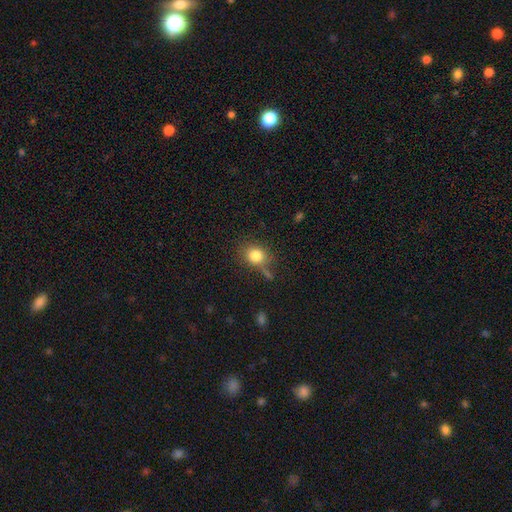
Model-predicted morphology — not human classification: Overall: smooth (81%). How rounded: round (67%; in between 32%). Merging: none (68%).